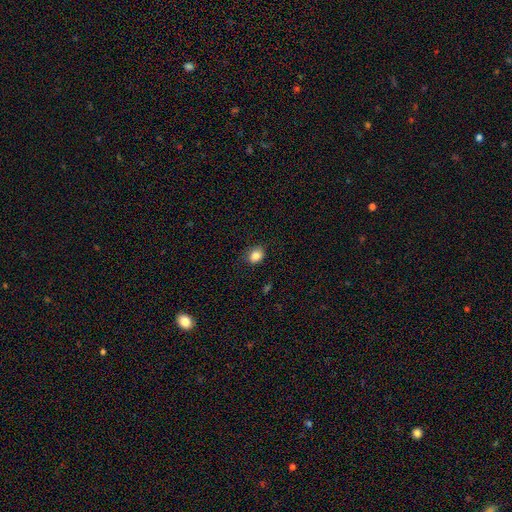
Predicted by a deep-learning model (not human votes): A smooth galaxy with no disk features (84%) that is in between round and cigar-shaped (50%). Merging: none (81%).